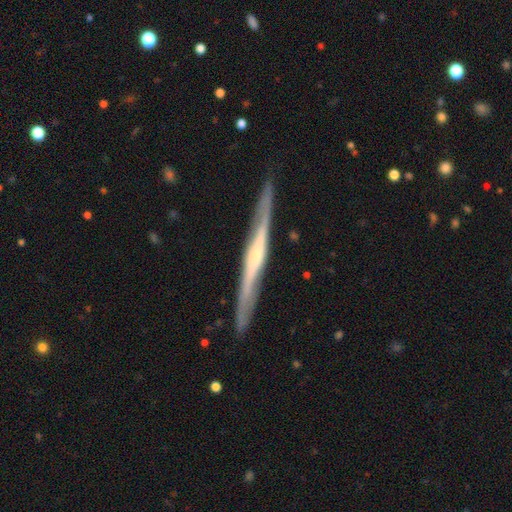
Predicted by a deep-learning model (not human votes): Overall: featured or disk (76%). Edge-on disk: yes (95%). Edge-on bulge: rounded (48%; none 34%). Merging: none (87%).